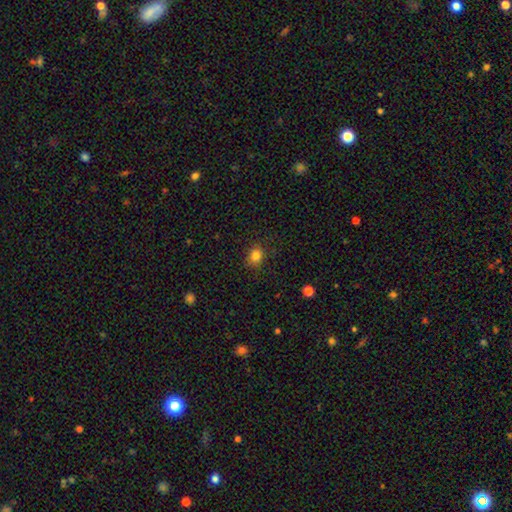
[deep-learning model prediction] Smooth or featured? smooth (83%)
How rounded? round (68%)
Merging? none (83%)